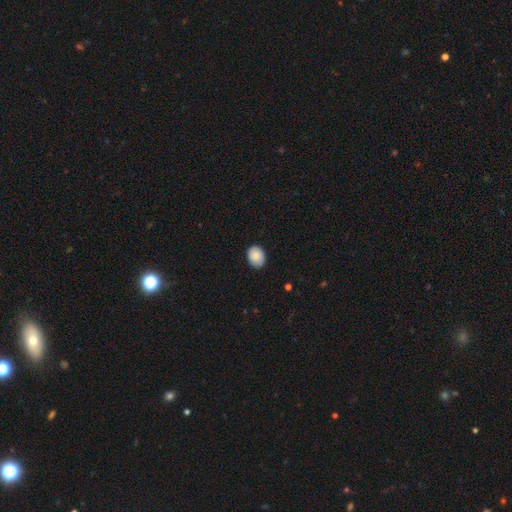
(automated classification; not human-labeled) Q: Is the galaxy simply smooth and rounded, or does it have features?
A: smooth — 86%.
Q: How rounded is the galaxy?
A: in between — 61%.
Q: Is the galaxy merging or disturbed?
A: none — 86%.